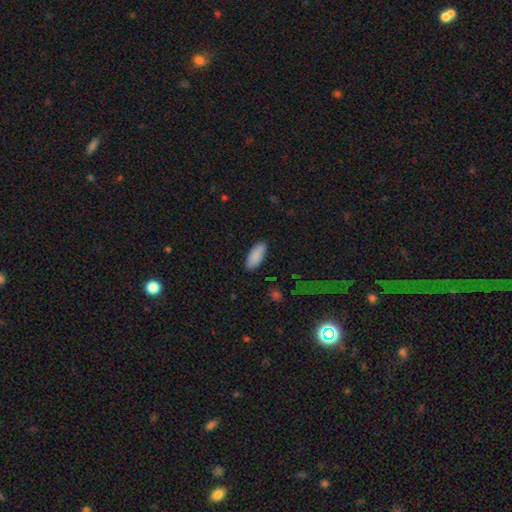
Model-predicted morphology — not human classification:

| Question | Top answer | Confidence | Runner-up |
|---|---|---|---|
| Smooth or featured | smooth | 90% | star or artifact (6%) |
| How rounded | in between | 81% | cigar-shaped (17%) |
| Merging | none | 88% | minor disturbance (9%) |